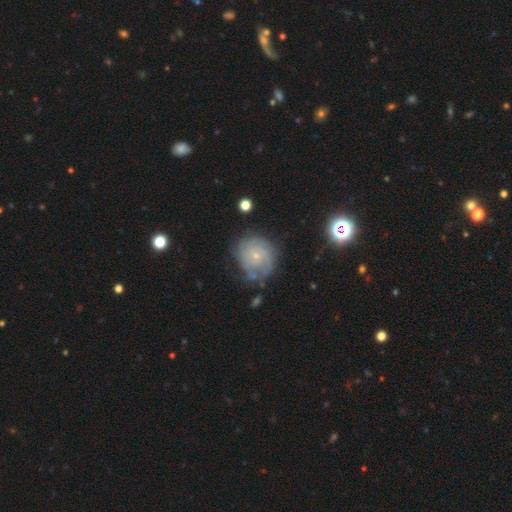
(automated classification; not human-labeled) featured or disk 66%, smooth 25%, star or artifact 9%. Down the decision tree: edge-on disk — no (98%); bar — no (78%); spiral arms — yes (85%); spiral arm count — can't tell (46%); spiral winding — tight (64%); bulge size — small (81%); merging — none (63%).